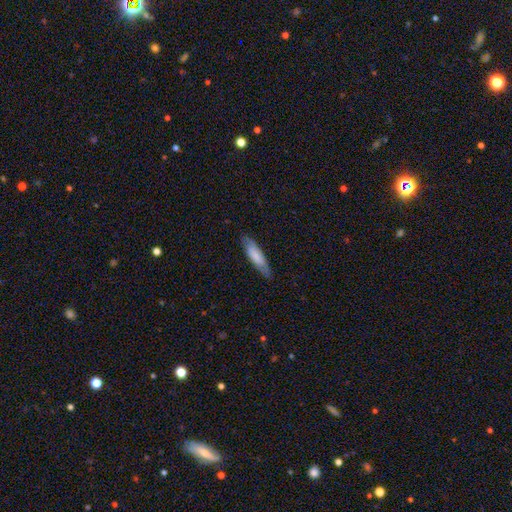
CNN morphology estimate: Q: Smooth or featured?
A: smooth (74%); runner-up: featured or disk (21%)
Q: How rounded?
A: cigar-shaped (69%); runner-up: in between (30%)
Q: Merging?
A: none (83%); runner-up: minor disturbance (14%)